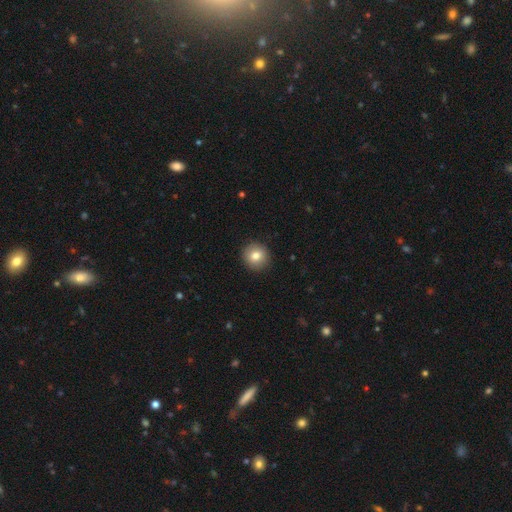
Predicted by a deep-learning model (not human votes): Morphology: type=smooth (81%); roundness=round (93%); merging=none (92%).